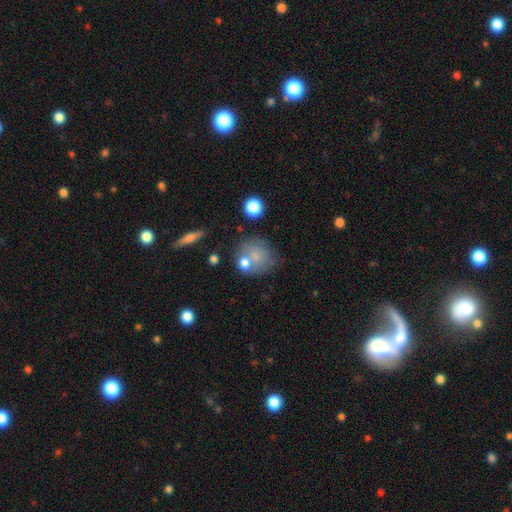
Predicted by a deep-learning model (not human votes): smooth-or-featured: smooth: 68% | featured or disk: 20% | star or artifact: 12%
  how-rounded: round: 76% | in between: 22% | cigar-shaped: 1%
  merging: none: 53% | merger: 23% | minor disturbance: 17% | major disturbance: 7%